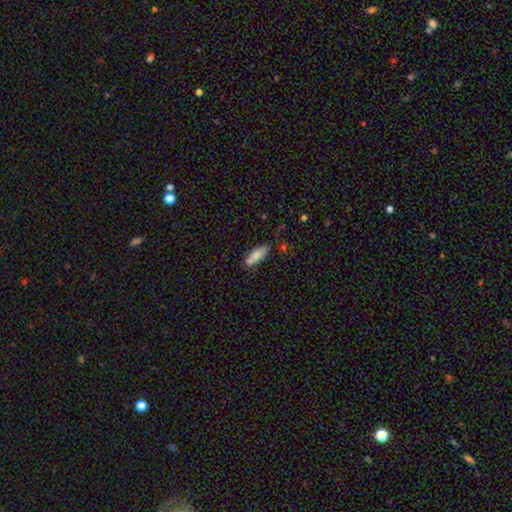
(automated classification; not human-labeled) Morphology: type=smooth (78%); roundness=in between (67%); merging=none (67%).